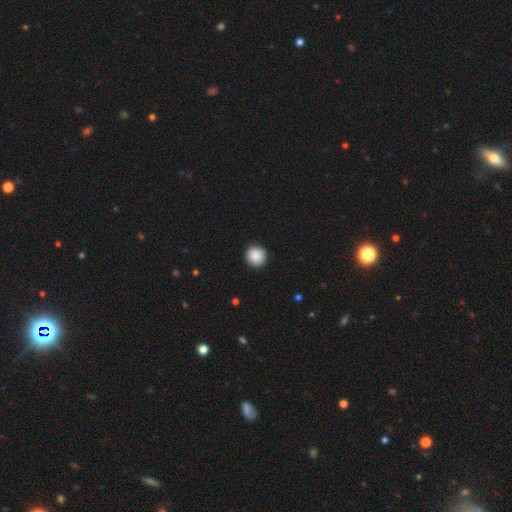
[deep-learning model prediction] This is clearly a smooth galaxy (88%). How rounded: clearly round (92%). Merging: clearly none (90%).